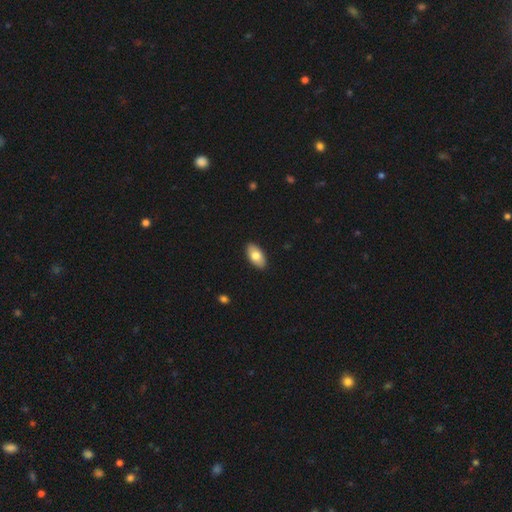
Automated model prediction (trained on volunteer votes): The model was most divided on "smooth or featured": smooth: 78%, featured or disk: 16%, star or artifact: 6%. More confident: how rounded — in between (94%); merging — none (90%).